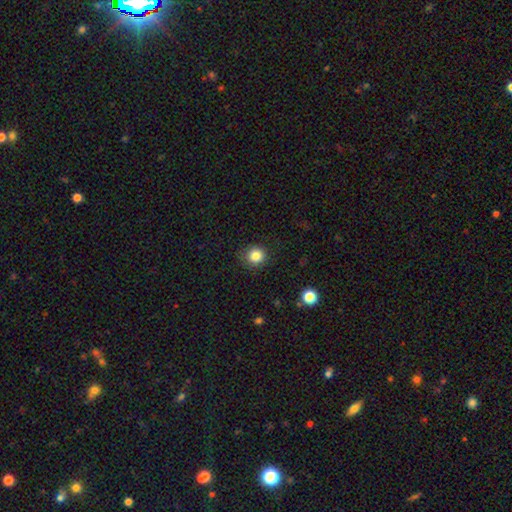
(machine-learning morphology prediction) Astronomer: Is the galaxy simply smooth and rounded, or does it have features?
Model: smooth — 84%.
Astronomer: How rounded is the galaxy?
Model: round — 92%.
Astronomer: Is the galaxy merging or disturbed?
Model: none — 88%.